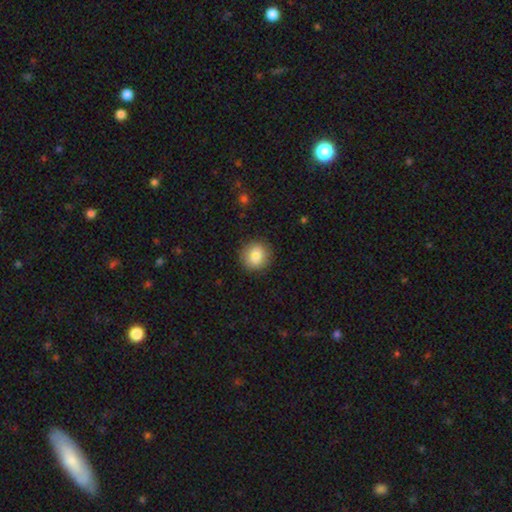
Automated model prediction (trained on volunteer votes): Morphology: type=smooth (86%); roundness=round (90%); merging=none (88%).